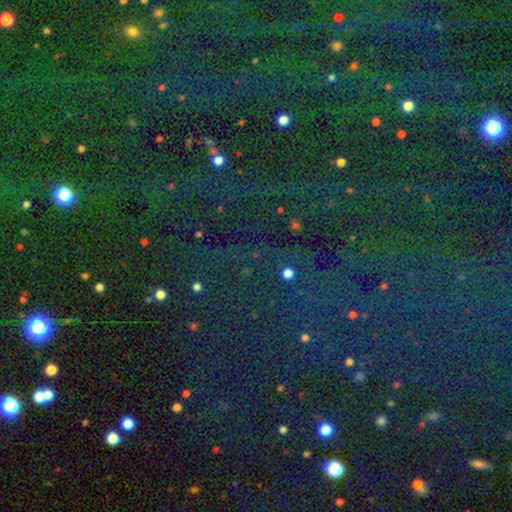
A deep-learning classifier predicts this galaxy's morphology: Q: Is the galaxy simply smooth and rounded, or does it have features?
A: star or artifact — 84%.